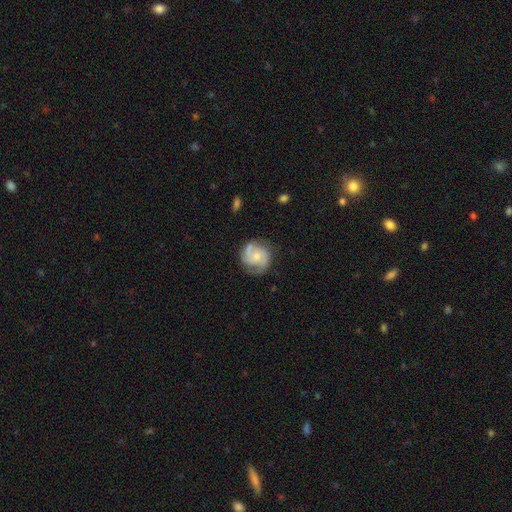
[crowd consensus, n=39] Smooth or featured?
  - featured or disk: 87% *
  - smooth: 8%
  - star or artifact: 5%
Edge-on disk?
  - no: 97% *
  - yes: 3%
Bar?
  - no: 48% *
  - weak: 45%
  - strong: 6%
Spiral arms?
  - yes: 91% *
  - no: 9%
Spiral winding?
  - medium: 57% *
  - tight: 30%
  - loose: 13%
Spiral arm count?
  - 2: 97% *
  - 3: 3%
  - 1: 0%
  - 4: 0%
  - more than 4: 0%
  - can't tell: 0%
Bulge size?
  - moderate: 48% * (tied)
  - small: 48% * (tied)
  - none: 3%
  - dominant: 0%
  - large: 0%
Merging?
  - none: 78% *
  - minor disturbance: 11%
  - major disturbance: 8%
  - merger: 3%